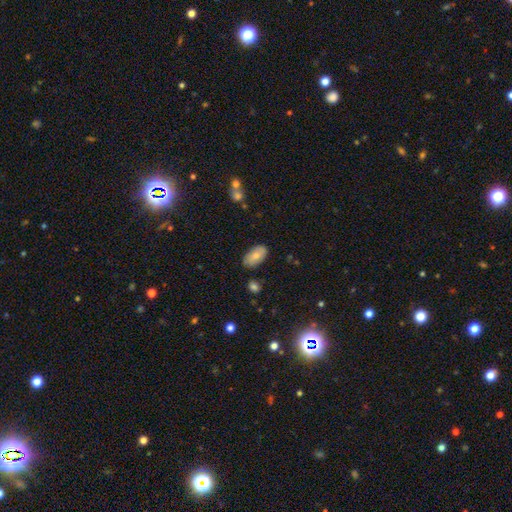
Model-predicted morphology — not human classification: Overall: smooth (76%). How rounded: in between (94%). Merging: none (82%).